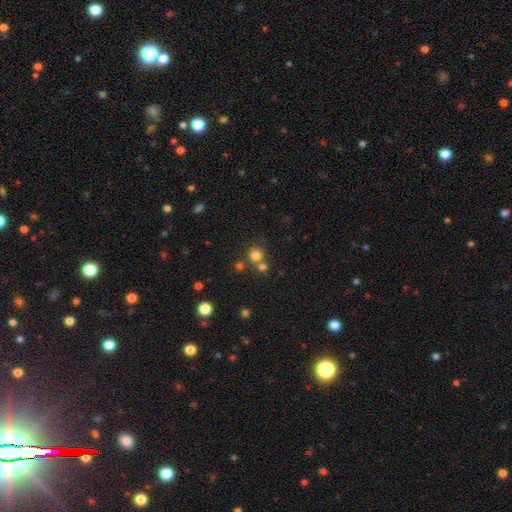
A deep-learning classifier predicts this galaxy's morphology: Overall: smooth (75%). How rounded: round (91%). Merging: none (62%; merger 29%).